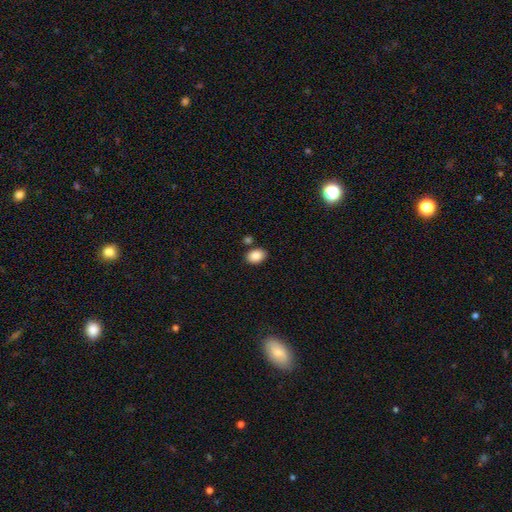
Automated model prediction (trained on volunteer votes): This appears to be a smooth galaxy with no disk features (88%) that is in between round and cigar-shaped (79%). Merging: none (81%).